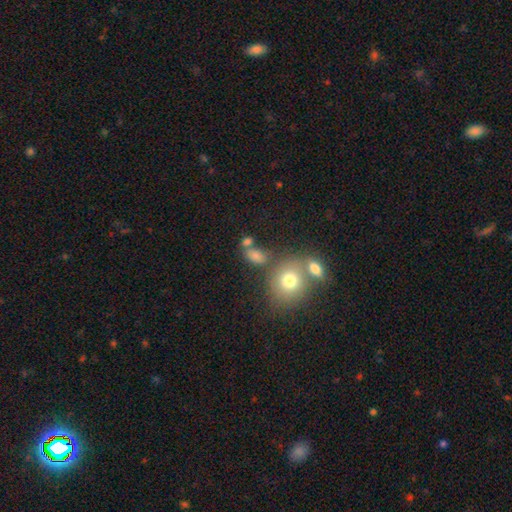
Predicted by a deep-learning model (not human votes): This appears to be a smooth galaxy with no disk features (77%) that is in between round and cigar-shaped (76%). Merging: none (52%).